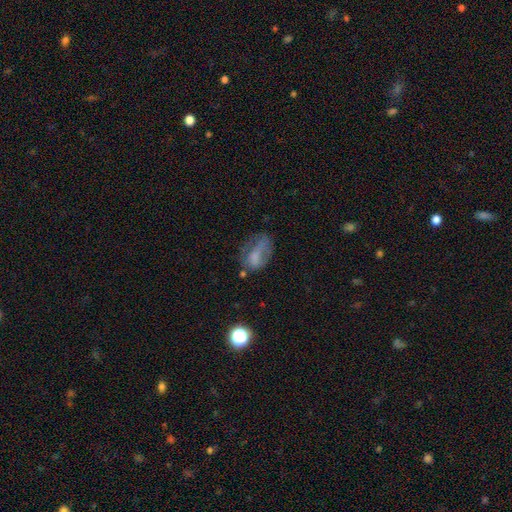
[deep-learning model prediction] Smooth or featured?
  - smooth: 57% *
  - featured or disk: 29%
  - star or artifact: 14%
How rounded?
  - in between: 81% *
  - round: 15%
  - cigar-shaped: 3%
Merging?
  - none: 36% *
  - major disturbance: 32%
  - minor disturbance: 28%
  - merger: 5%